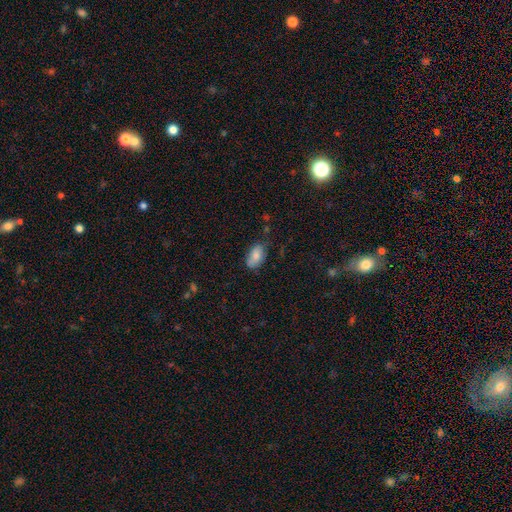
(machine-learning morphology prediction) Smooth or featured? Predicted: smooth (p=0.80). How rounded? Predicted: in between (p=0.93). Merging? Predicted: none (p=0.66).